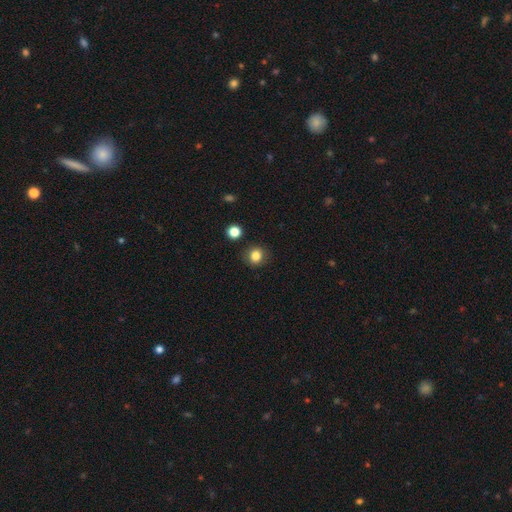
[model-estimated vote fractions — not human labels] Smooth or featured?
  - smooth: 83% *
  - star or artifact: 11%
  - featured or disk: 5%
How rounded?
  - round: 85% *
  - in between: 14%
  - cigar-shaped: 1%
Merging?
  - none: 87% *
  - minor disturbance: 8%
  - merger: 2%
  - major disturbance: 2%